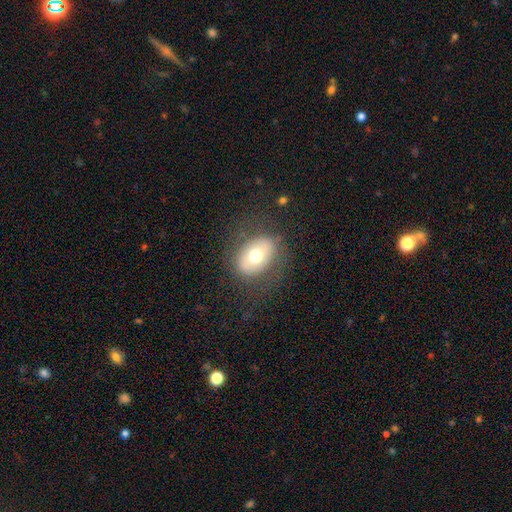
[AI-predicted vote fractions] Morphology: type=smooth (63%); roundness=in between (72%); merging=none (77%).